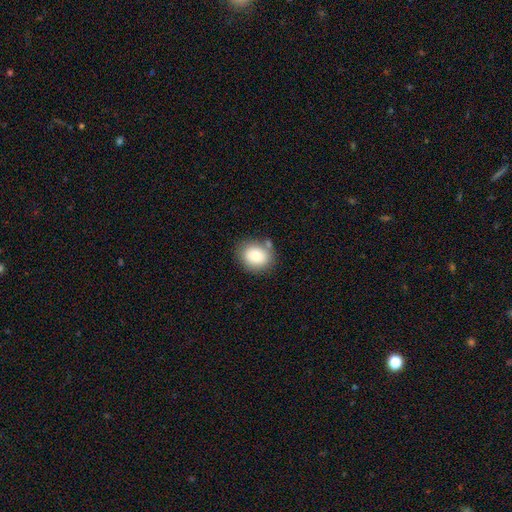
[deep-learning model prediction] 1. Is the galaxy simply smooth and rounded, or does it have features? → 80% smooth, 12% featured or disk, 9% star or artifact.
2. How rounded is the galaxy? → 57% round, 42% in between, 1% cigar-shaped.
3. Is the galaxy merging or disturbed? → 73% none, 14% minor disturbance, 9% merger, 4% major disturbance.